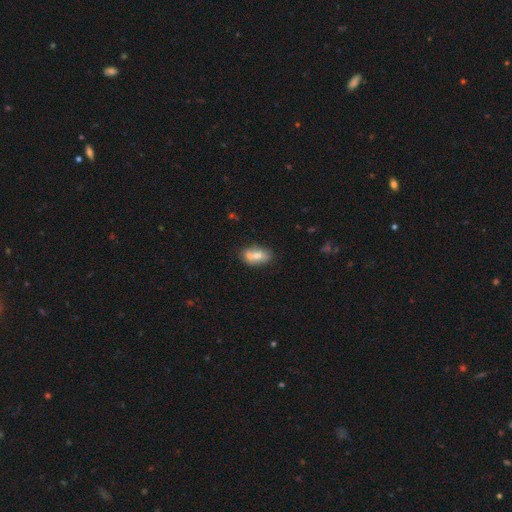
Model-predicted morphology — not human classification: smooth 64%, featured or disk 28%, star or artifact 8%. Down the decision tree: how rounded — in between (85%); merging — none (49%).